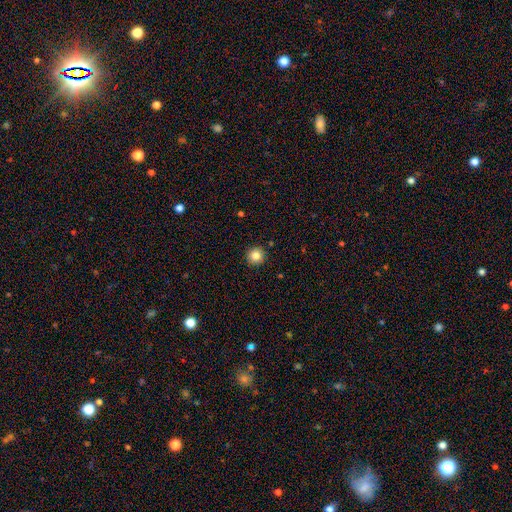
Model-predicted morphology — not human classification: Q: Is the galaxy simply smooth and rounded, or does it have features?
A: smooth — 84%.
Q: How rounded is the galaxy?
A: round — 95%.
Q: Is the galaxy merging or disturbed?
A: none — 93%.